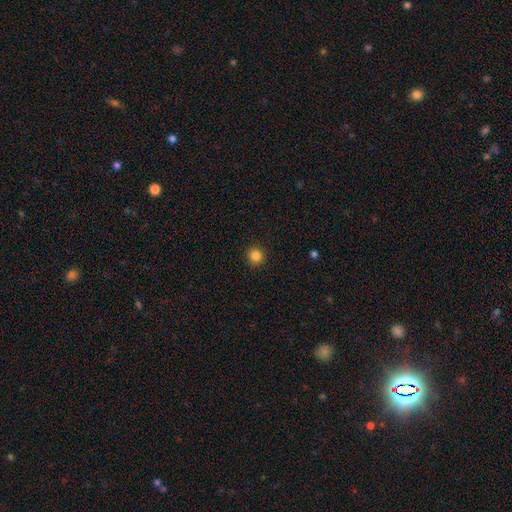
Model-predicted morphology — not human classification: This appears to be a smooth galaxy with no disk features (84%) that is round (94%). Merging: none (93%).